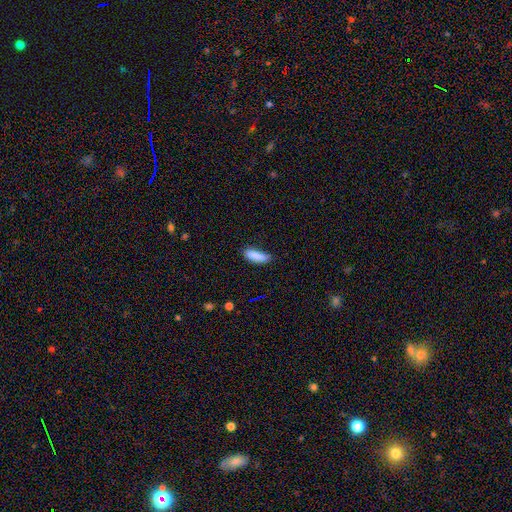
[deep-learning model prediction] This is clearly a smooth galaxy (86%). How rounded: possibly cigar-shaped (55%). Merging: likely none (67%).